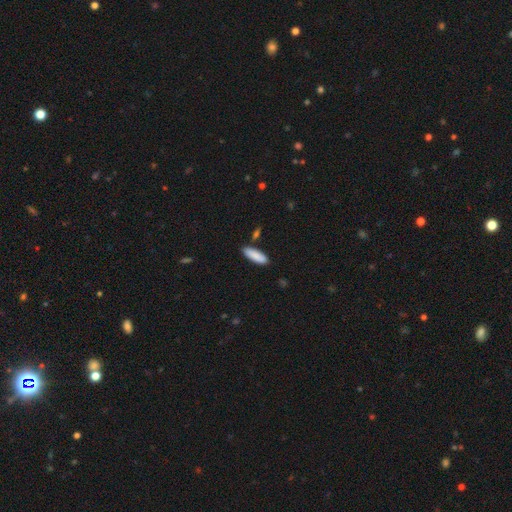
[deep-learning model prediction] smooth-or-featured: smooth: 89% | featured or disk: 6% | star or artifact: 6%
  how-rounded: in between: 52% | cigar-shaped: 46% | round: 1%
  merging: none: 84% | minor disturbance: 10% | merger: 4% | major disturbance: 2%